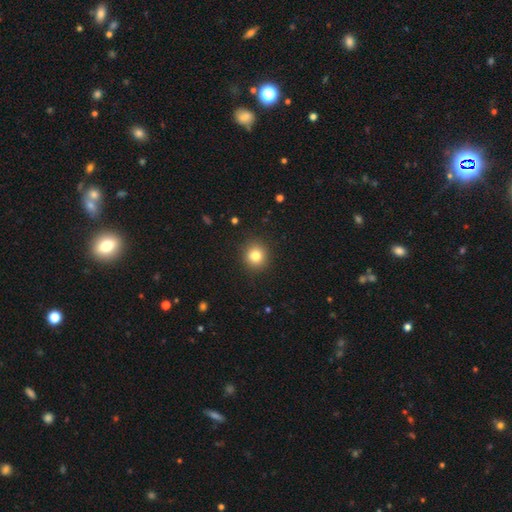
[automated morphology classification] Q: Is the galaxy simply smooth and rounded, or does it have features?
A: smooth — 82%.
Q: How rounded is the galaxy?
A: round — 88%.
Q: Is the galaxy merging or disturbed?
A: none — 91%.